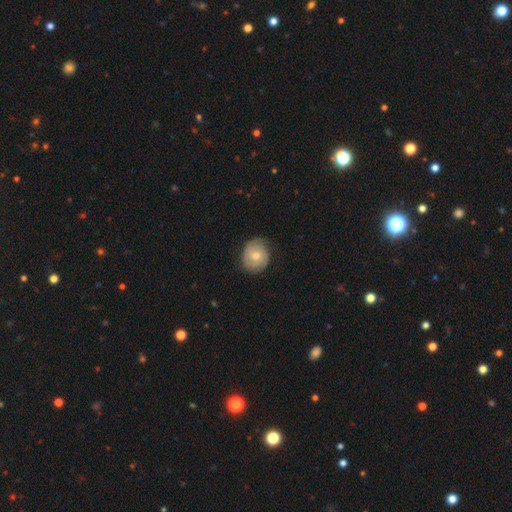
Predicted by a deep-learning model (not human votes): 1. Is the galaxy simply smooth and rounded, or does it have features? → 56% featured or disk, 38% smooth, 7% star or artifact.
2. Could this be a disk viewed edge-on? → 97% no, 3% yes.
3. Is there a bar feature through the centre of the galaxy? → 72% no, 24% weak, 4% strong.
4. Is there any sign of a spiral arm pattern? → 85% yes, 15% no.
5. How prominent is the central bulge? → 60% moderate, 34% small, 3% large, 2% none, 1% dominant.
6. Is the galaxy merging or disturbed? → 74% none, 20% minor disturbance, 5% major disturbance, 1% merger.